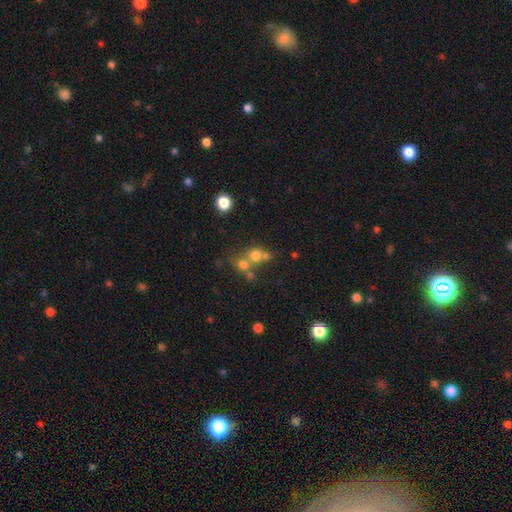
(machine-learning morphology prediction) This is likely a smooth galaxy (66%). How rounded: clearly round (81%). Merging: possibly merger (50%).